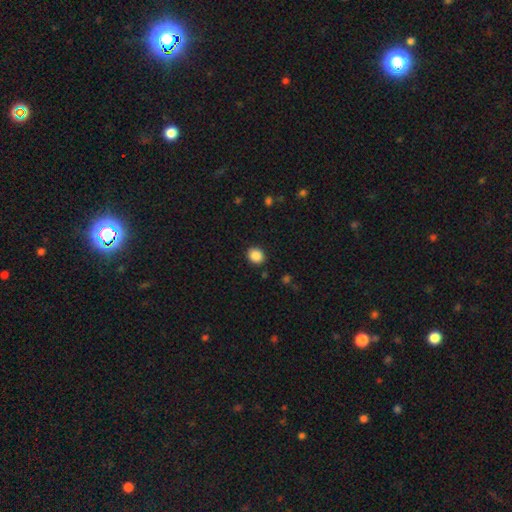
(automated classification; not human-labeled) Overall: smooth (88%). How rounded: round (70%). Merging: none (90%).